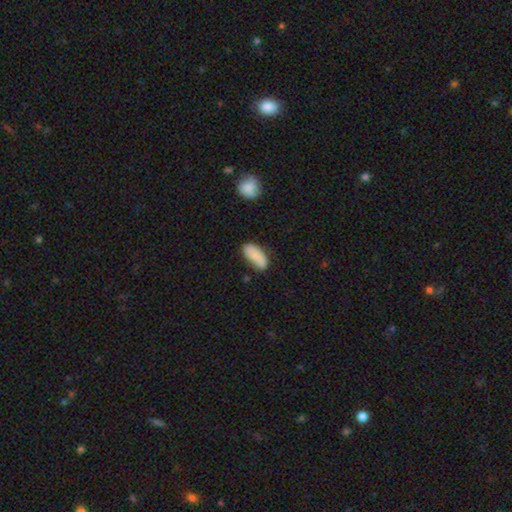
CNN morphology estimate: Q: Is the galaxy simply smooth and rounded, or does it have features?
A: smooth — 81%.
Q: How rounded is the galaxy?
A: in between — 83%.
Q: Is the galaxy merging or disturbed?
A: none — 59%.